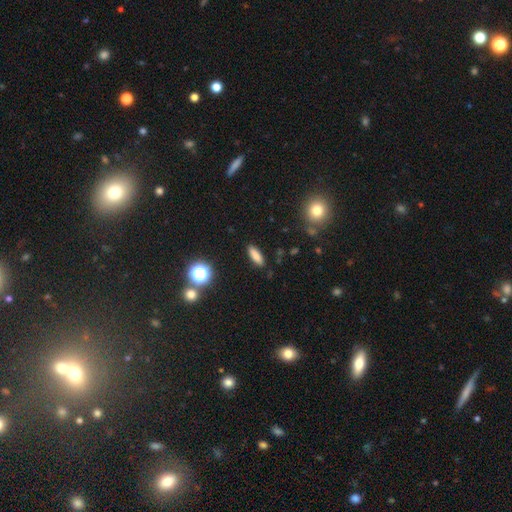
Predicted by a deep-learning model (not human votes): This is clearly a smooth galaxy (81%). How rounded: possibly in between (53%). Merging: clearly none (88%).